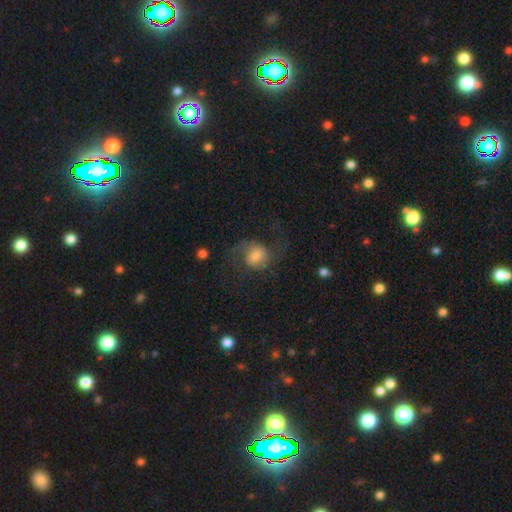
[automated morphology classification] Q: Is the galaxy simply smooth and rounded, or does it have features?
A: featured or disk — 53%.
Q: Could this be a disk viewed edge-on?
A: no — 97%.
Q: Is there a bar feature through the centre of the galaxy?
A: no — 61%.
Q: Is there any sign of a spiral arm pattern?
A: yes — 87%.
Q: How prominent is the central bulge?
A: moderate — 45%.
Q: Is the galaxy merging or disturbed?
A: none — 55%.